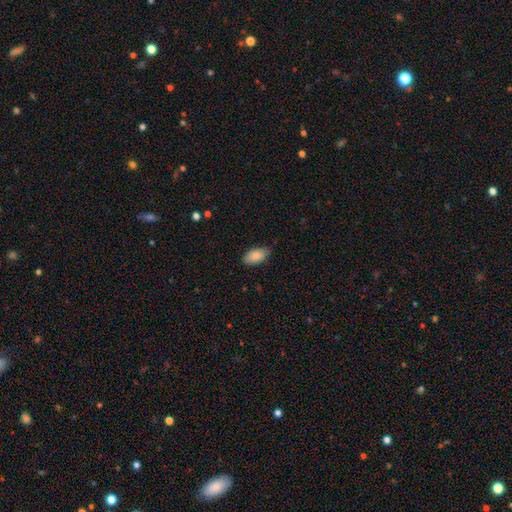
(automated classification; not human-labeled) Smooth or featured?
  - smooth: 85% *
  - featured or disk: 8%
  - star or artifact: 6%
How rounded?
  - in between: 94% *
  - round: 3%
  - cigar-shaped: 3%
Merging?
  - none: 78% *
  - minor disturbance: 19%
  - major disturbance: 3%
  - merger: 1%